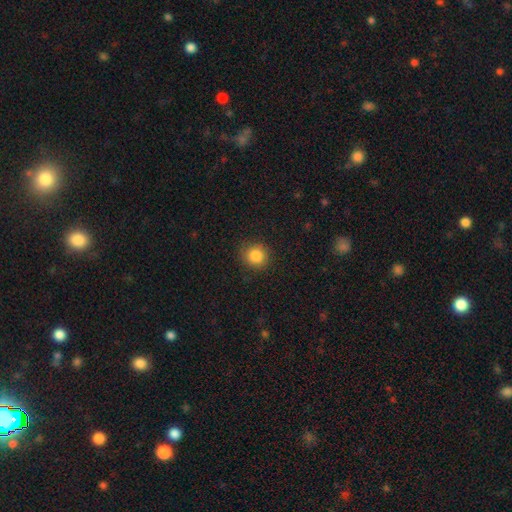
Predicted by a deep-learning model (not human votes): A smooth galaxy with no disk features (85%) that is round (91%).

Vote fractions:
- Smooth or featured? smooth: 85% / star or artifact: 10% / featured or disk: 5%
- How rounded? round: 91% / in between: 8% / cigar-shaped: 1%
- Merging? none: 89% / minor disturbance: 8% / major disturbance: 2% / merger: 1%